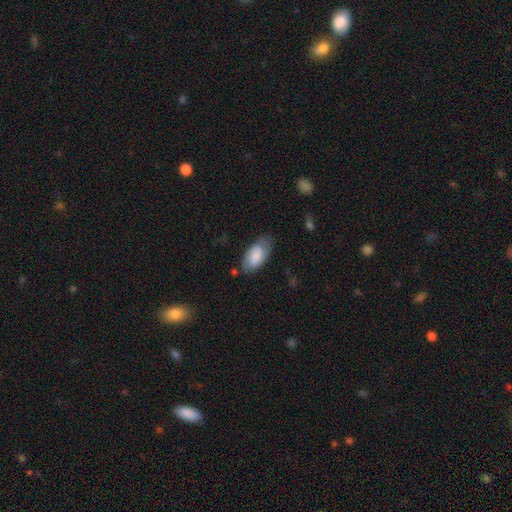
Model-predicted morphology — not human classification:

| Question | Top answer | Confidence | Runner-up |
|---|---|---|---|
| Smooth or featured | smooth | 79% | featured or disk (15%) |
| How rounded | in between | 94% | cigar-shaped (4%) |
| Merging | none | 62% | minor disturbance (27%) |